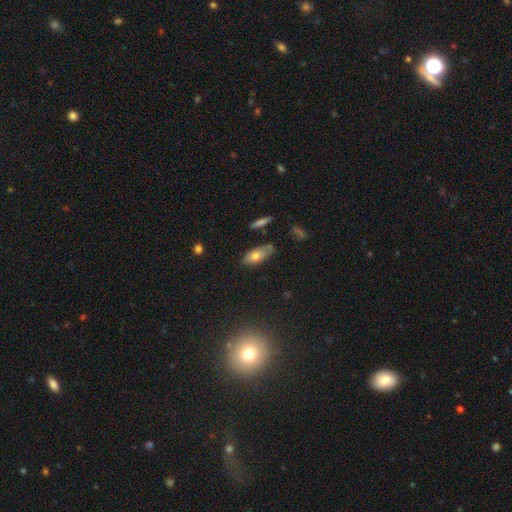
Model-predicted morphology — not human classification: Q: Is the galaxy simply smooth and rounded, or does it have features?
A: smooth — 73%.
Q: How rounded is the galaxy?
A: in between — 82%.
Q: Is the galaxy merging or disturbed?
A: none — 65%.